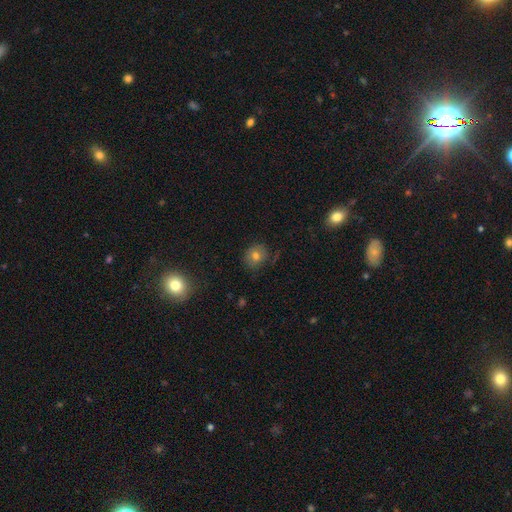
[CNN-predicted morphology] smooth-or-featured: smooth: 73% | featured or disk: 14% | star or artifact: 13%
  how-rounded: round: 77% | in between: 22% | cigar-shaped: 1%
  merging: none: 73% | minor disturbance: 19% | major disturbance: 6% | merger: 2%